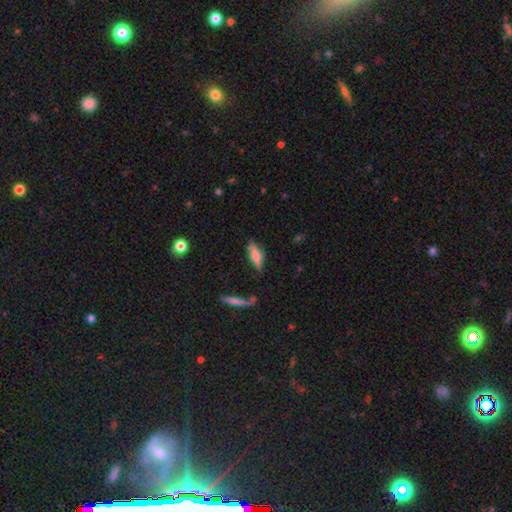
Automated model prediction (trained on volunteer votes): A smooth galaxy with no disk features (59%) that is cigar-shaped (50%). Merging: none (70%).